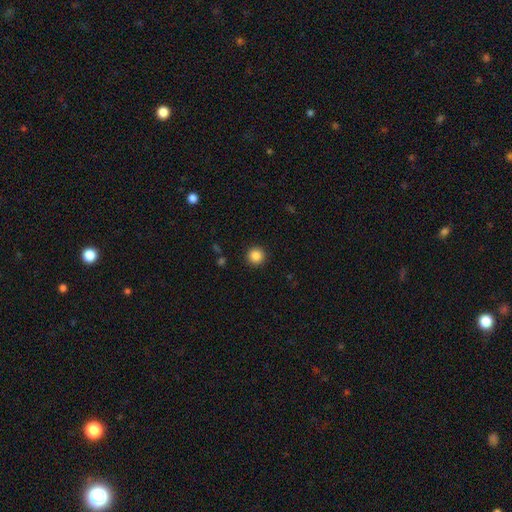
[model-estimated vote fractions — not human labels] smooth 86%, star or artifact 10%, featured or disk 4%. Down the decision tree: how rounded — round (95%); merging — none (92%).